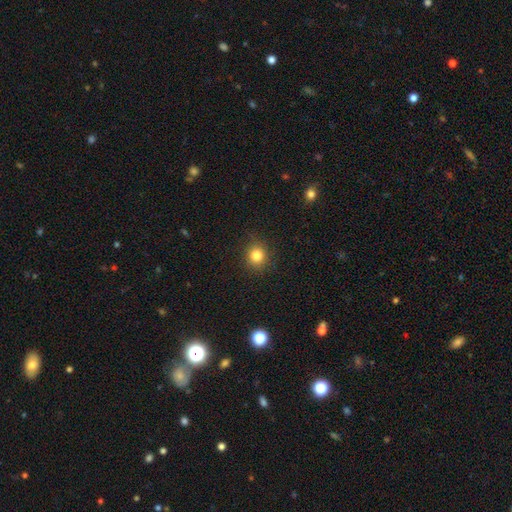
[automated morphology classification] smooth-or-featured: smooth: 82% | star or artifact: 12% | featured or disk: 5%
  how-rounded: round: 86% | in between: 13% | cigar-shaped: 1%
  merging: none: 88% | minor disturbance: 8% | major disturbance: 2% | merger: 1%